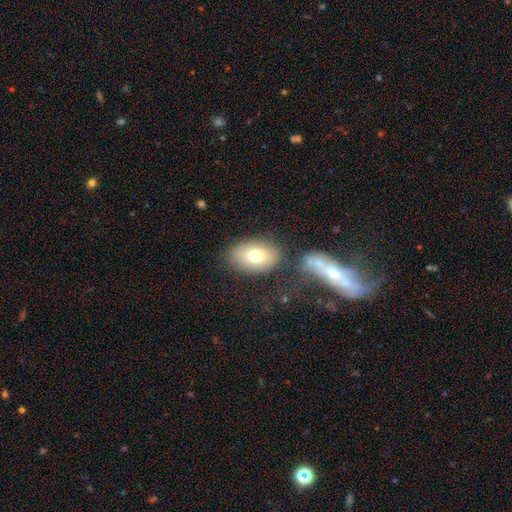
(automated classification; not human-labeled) Smooth or featured?
  - smooth: 74% *
  - featured or disk: 17%
  - star or artifact: 9%
How rounded?
  - in between: 83% *
  - round: 16%
  - cigar-shaped: 1%
Merging?
  - none: 76% *
  - minor disturbance: 12%
  - merger: 7%
  - major disturbance: 5%